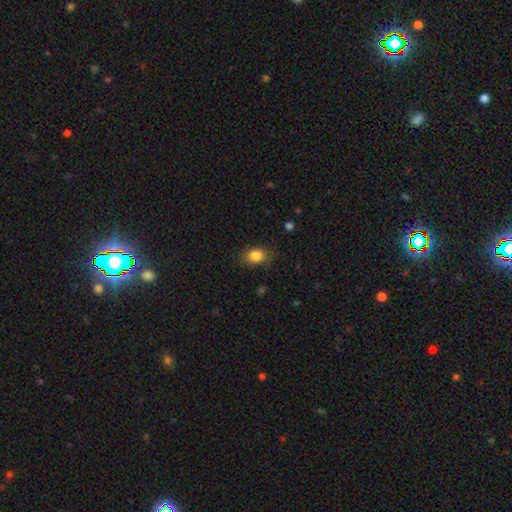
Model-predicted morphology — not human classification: Overall: smooth (85%). How rounded: in between (70%). Merging: none (81%).